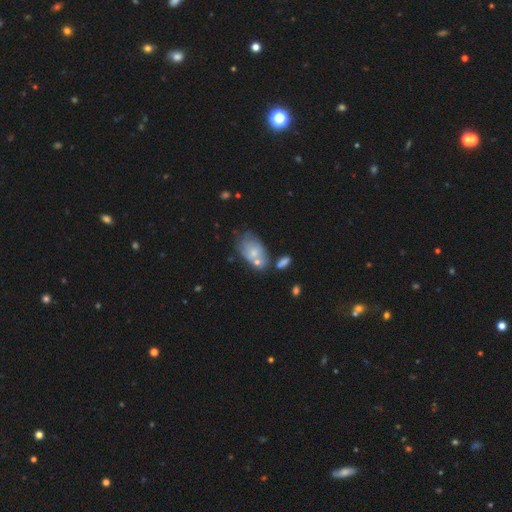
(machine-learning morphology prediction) smooth 54%, featured or disk 35%, star or artifact 11%. Down the decision tree: how rounded — in between (88%); merging — none (39%).